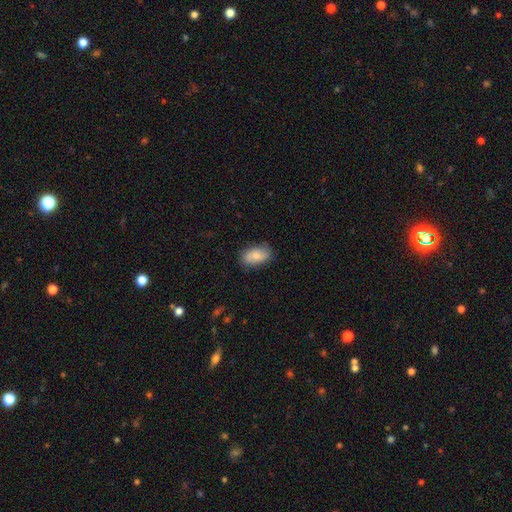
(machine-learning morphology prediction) smooth-or-featured: smooth: 73% | featured or disk: 20% | star or artifact: 7%
  how-rounded: in between: 92% | round: 6% | cigar-shaped: 2%
  merging: none: 75% | minor disturbance: 19% | major disturbance: 4% | merger: 1%